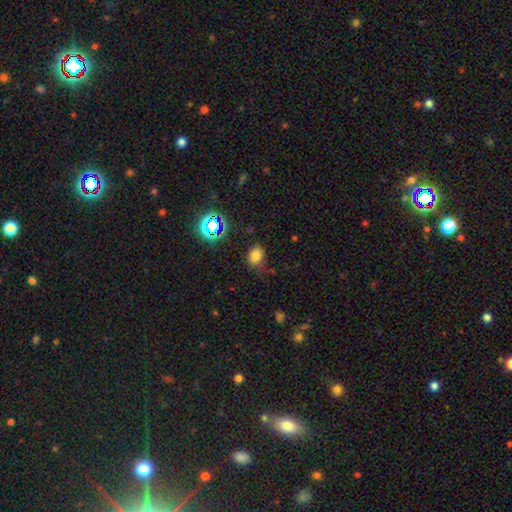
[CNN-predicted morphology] Smooth or featured: smooth — 72% (star or artifact — 21%)
How rounded: in between — 65% (round — 34%)
Merging: none — 72% (minor disturbance — 19%)